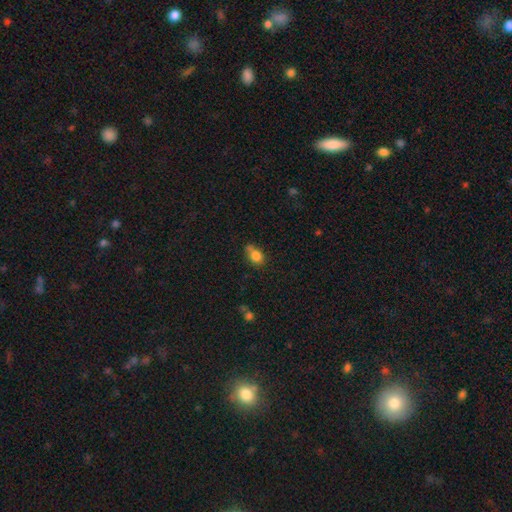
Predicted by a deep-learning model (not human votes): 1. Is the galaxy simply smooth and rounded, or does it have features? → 81% smooth, 11% star or artifact, 8% featured or disk.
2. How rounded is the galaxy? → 55% round, 43% in between, 2% cigar-shaped.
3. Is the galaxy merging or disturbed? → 49% none, 23% minor disturbance, 21% merger, 7% major disturbance.